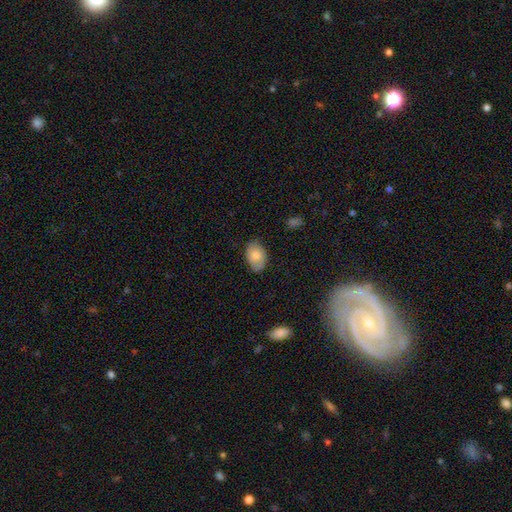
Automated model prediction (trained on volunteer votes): This is likely a smooth galaxy (79%). How rounded: clearly in between (89%). Merging: likely none (74%).